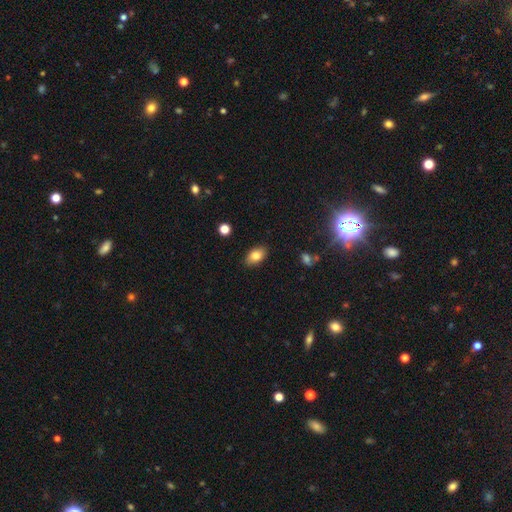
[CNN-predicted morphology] smooth 81%, featured or disk 10%, star or artifact 9%. Down the decision tree: how rounded — in between (88%); merging — none (87%).